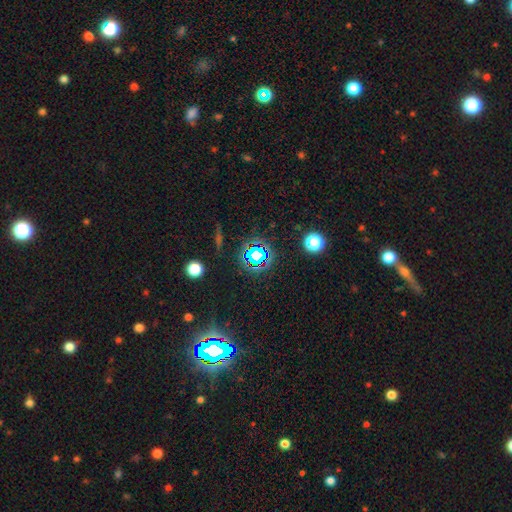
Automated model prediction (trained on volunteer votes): Smooth or featured: star or artifact — 68% (smooth — 20%)